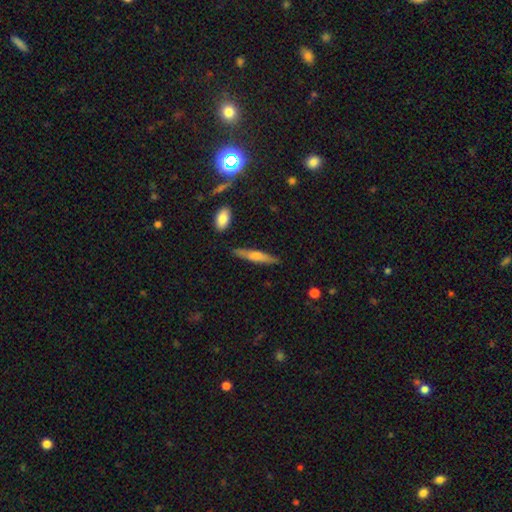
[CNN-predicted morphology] A smooth galaxy with no disk features (52%) that is cigar-shaped (88%). Merging: none (85%).